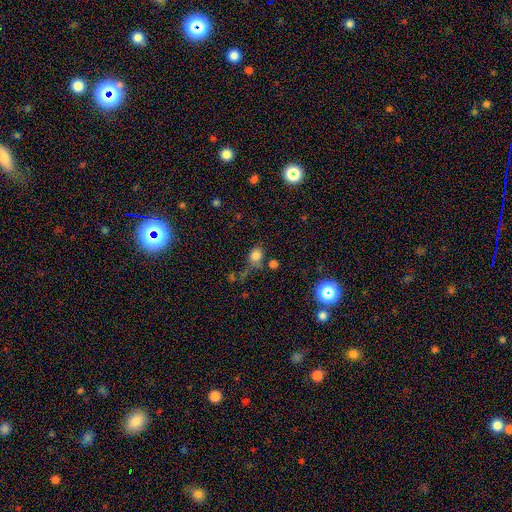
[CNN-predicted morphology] This is likely a smooth galaxy (80%). How rounded: possibly round (58%). Merging: possibly none (59%).